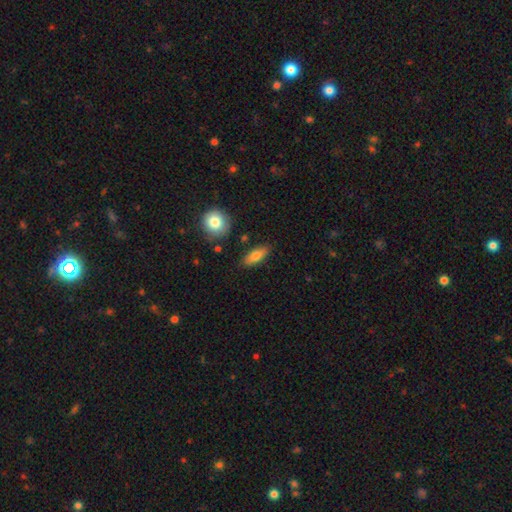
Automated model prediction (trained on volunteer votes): Smooth or featured?
  - smooth: 76% *
  - featured or disk: 17%
  - star or artifact: 7%
How rounded?
  - in between: 67% *
  - cigar-shaped: 28%
  - round: 4%
Merging?
  - none: 84% *
  - minor disturbance: 10%
  - merger: 3%
  - major disturbance: 2%